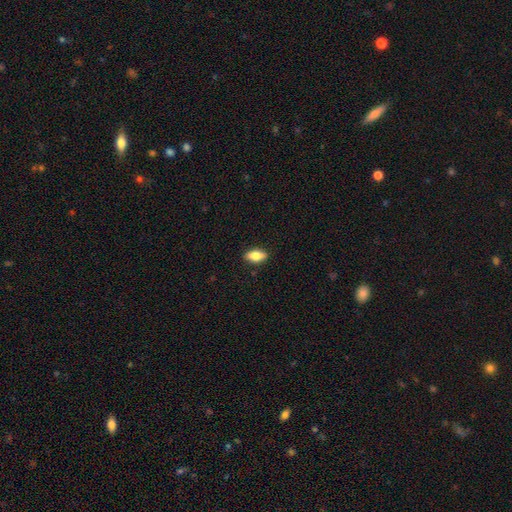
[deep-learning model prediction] Smooth or featured: smooth — 76% (featured or disk — 17%)
How rounded: in between — 86% (cigar-shaped — 10%)
Merging: none — 89% (minor disturbance — 8%)